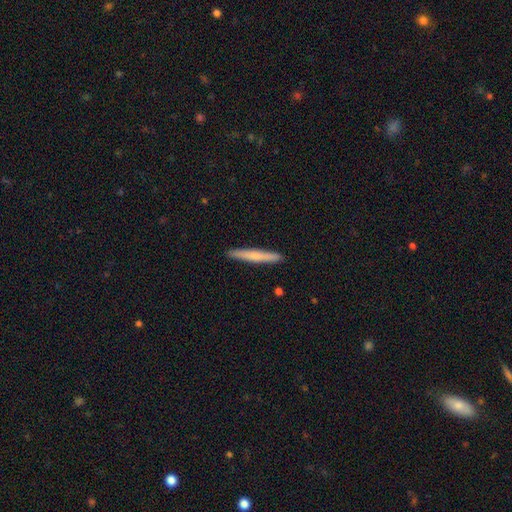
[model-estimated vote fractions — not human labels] A smooth galaxy with no disk features (64%) that is cigar-shaped (96%). Merging: none (92%).